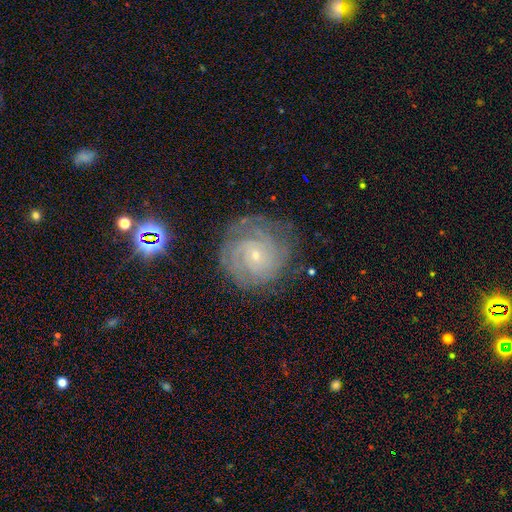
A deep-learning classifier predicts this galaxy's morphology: Smooth or featured? featured or disk (83%)
Edge-on disk? no (98%)
Bar? no (73%)
Spiral arms? yes (96%)
Spiral winding? tight (77%)
Spiral arm count? can't tell (31%)
Bulge size? small (83%)
Merging? none (76%)